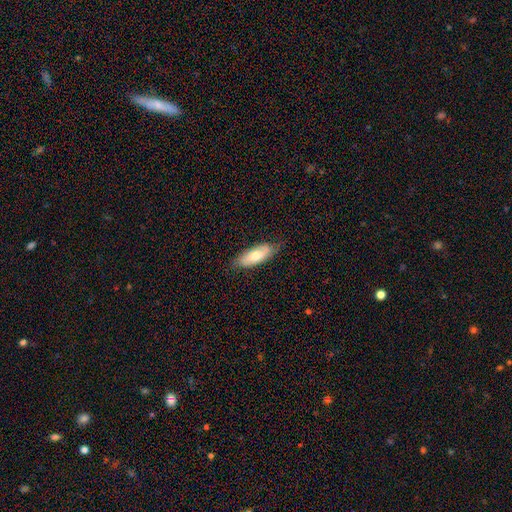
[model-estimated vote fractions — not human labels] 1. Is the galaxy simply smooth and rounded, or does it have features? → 66% smooth, 28% featured or disk, 6% star or artifact.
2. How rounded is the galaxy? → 75% in between, 23% cigar-shaped, 2% round.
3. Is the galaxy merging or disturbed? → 73% none, 22% minor disturbance, 4% major disturbance, 1% merger.